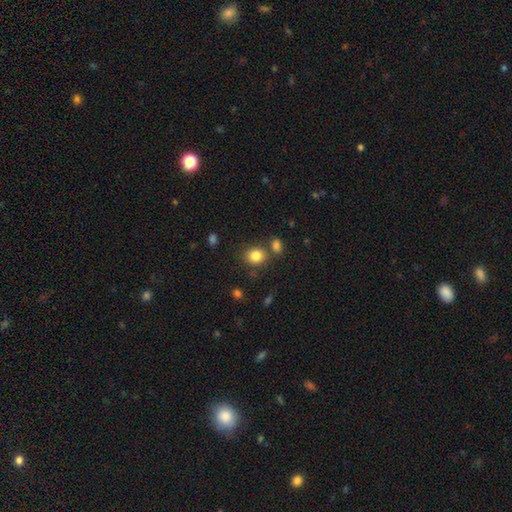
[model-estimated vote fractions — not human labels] The model was most divided on "how rounded": round: 71%, in between: 28%, cigar-shaped: 1%. More confident: smooth or featured — smooth (84%); merging — none (70%).